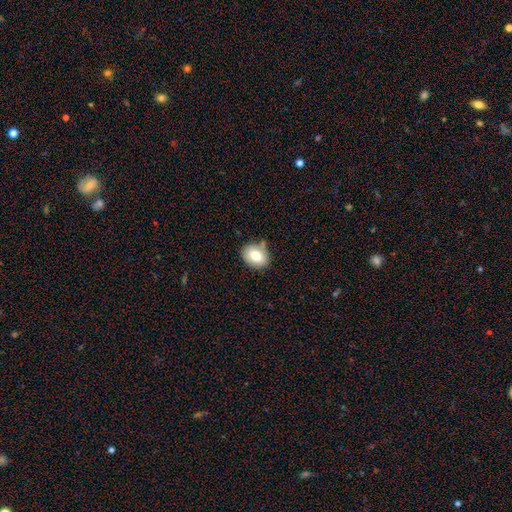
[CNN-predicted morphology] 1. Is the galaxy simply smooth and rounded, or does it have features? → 78% smooth, 14% featured or disk, 9% star or artifact.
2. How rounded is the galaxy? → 57% in between, 42% round, 1% cigar-shaped.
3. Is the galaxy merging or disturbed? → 70% none, 20% minor disturbance, 6% merger, 4% major disturbance.